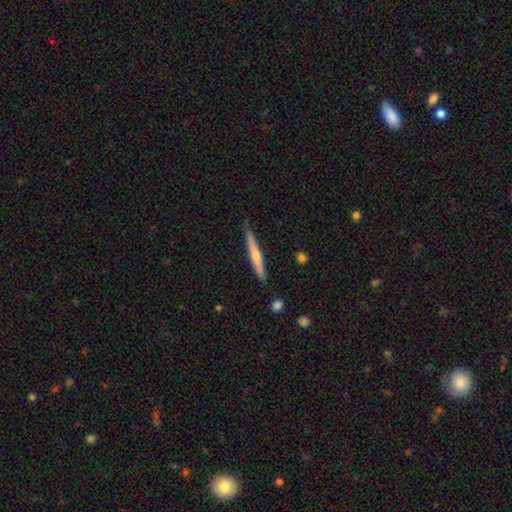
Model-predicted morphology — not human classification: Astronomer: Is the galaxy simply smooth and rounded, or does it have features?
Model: featured or disk — 61%.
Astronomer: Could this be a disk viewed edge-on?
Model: yes — 97%.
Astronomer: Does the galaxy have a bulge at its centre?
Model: rounded — 66%.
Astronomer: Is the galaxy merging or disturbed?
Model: none — 88%.